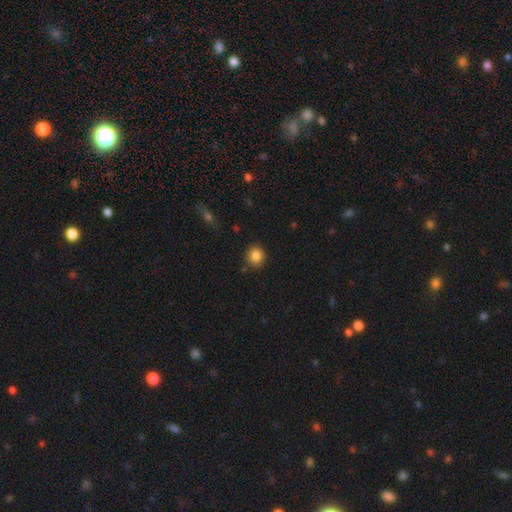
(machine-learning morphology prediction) This is clearly a smooth galaxy (85%). How rounded: clearly round (85%). Merging: clearly none (85%).